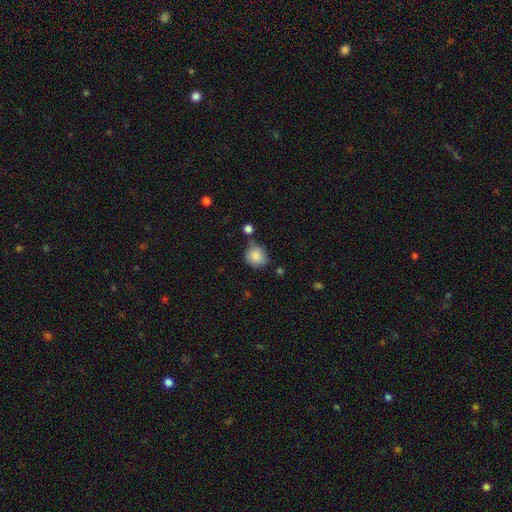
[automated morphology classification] Smooth or featured? smooth (86%)
How rounded? round (83%)
Merging? none (65%)